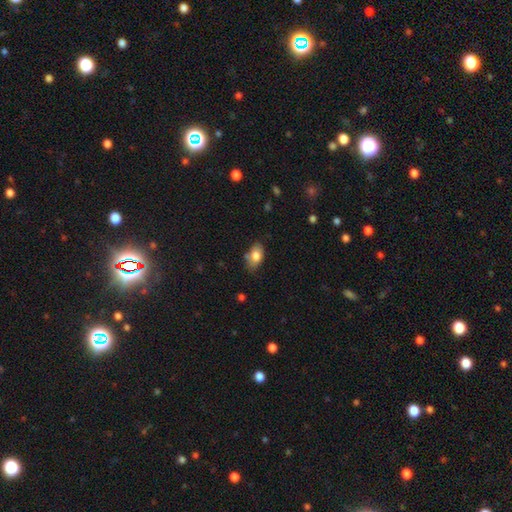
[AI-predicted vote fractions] Smooth or featured? Predicted: smooth (p=0.80). How rounded? Predicted: in between (p=0.90). Merging? Predicted: none (p=0.65).